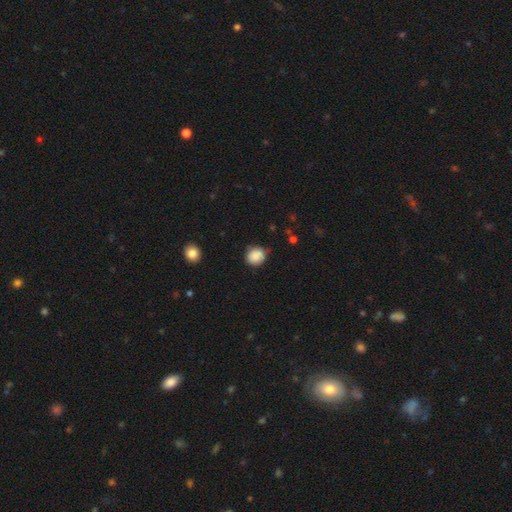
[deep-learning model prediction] Overall: smooth (88%). How rounded: round (80%). Merging: none (79%).